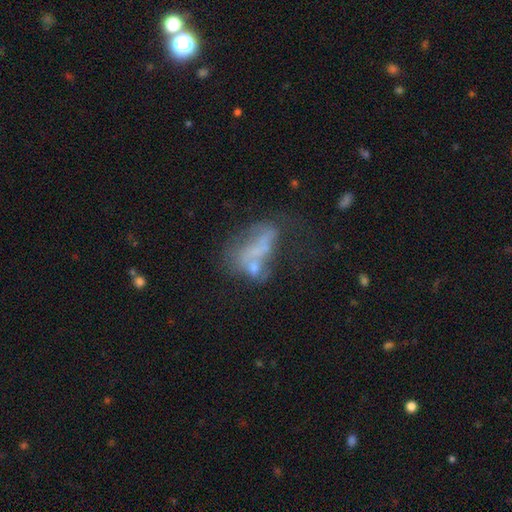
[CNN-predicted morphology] featured or disk 46%, smooth 36%, star or artifact 18%. Down the decision tree: merging — merger (32%).